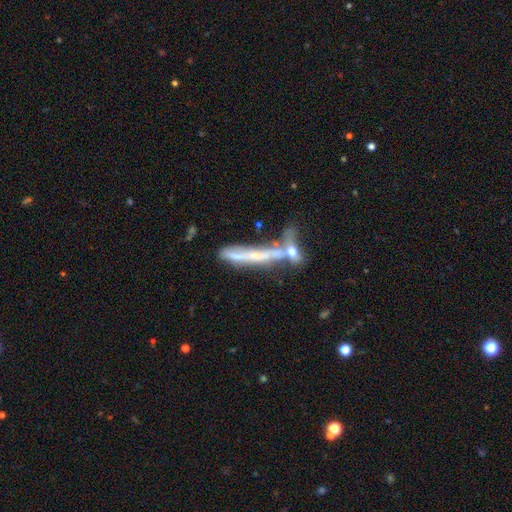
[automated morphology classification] This is likely a featured or disk galaxy (60%). It is likely viewed edge-on (74%). Merging: marginally merger (41%).